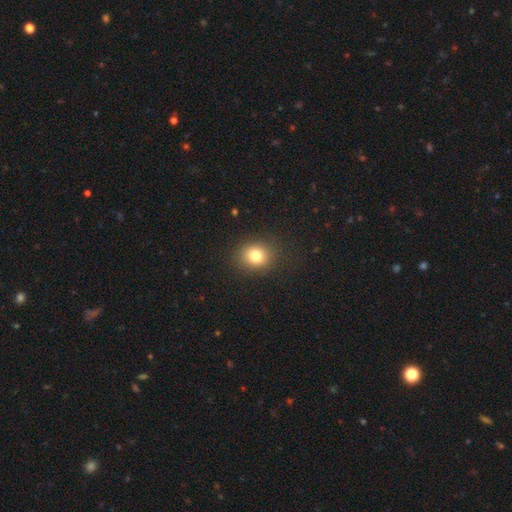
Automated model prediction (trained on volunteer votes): Overall: smooth (80%). How rounded: round (68%; in between 32%). Merging: none (87%).